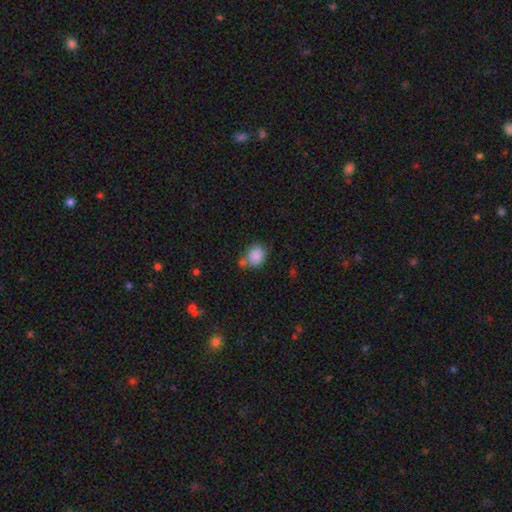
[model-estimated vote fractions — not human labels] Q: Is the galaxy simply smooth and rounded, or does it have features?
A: smooth — 86%.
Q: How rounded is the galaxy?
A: round — 59%.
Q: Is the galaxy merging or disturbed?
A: none — 57%.